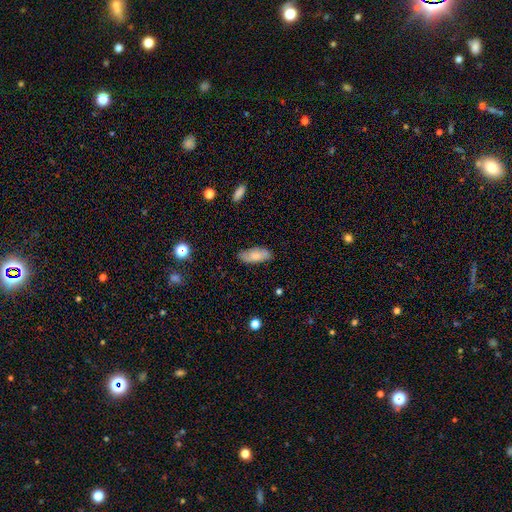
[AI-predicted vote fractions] The model was most divided on "smooth or featured": smooth: 74%, featured or disk: 19%, star or artifact: 7%. More confident: how rounded — in between (79%); merging — none (76%).